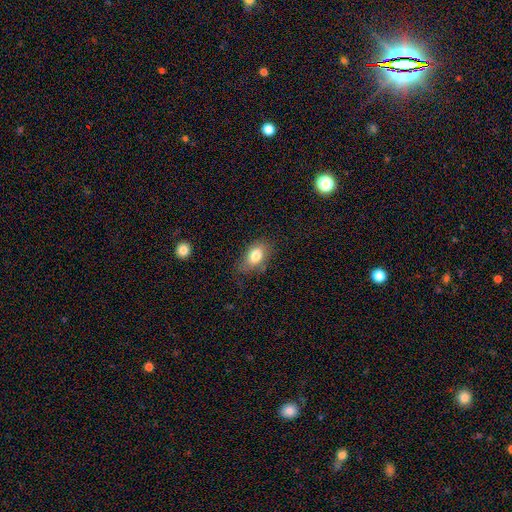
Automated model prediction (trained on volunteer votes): smooth_or_featured: smooth (p=0.79) [alt: featured or disk p=0.12]
how_rounded: in between (p=0.87) [alt: round p=0.10]
merging: none (p=0.64) [alt: minor disturbance p=0.25]